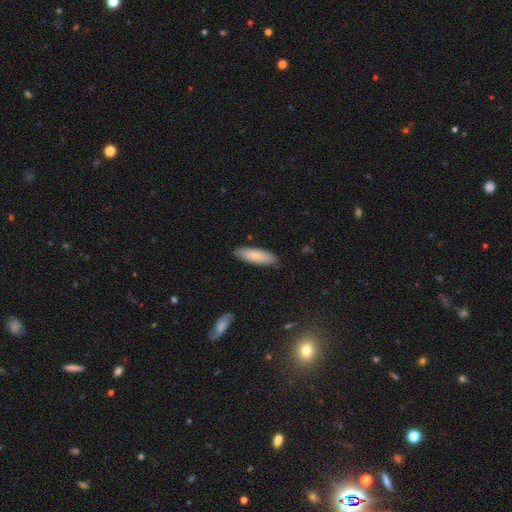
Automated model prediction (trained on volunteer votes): smooth-or-featured: smooth: 80% | featured or disk: 14% | star or artifact: 5%
  how-rounded: cigar-shaped: 51% | in between: 47% | round: 1%
  merging: none: 86% | minor disturbance: 11% | major disturbance: 2% | merger: 1%